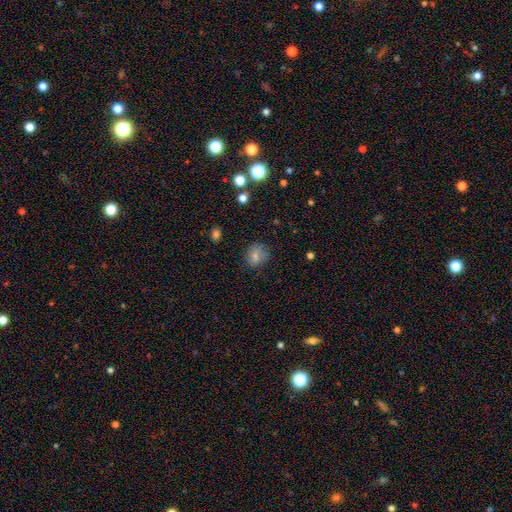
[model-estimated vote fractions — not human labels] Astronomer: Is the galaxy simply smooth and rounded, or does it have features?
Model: smooth — 77%.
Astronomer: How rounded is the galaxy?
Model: round — 68%.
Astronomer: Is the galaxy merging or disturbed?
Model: none — 73%.